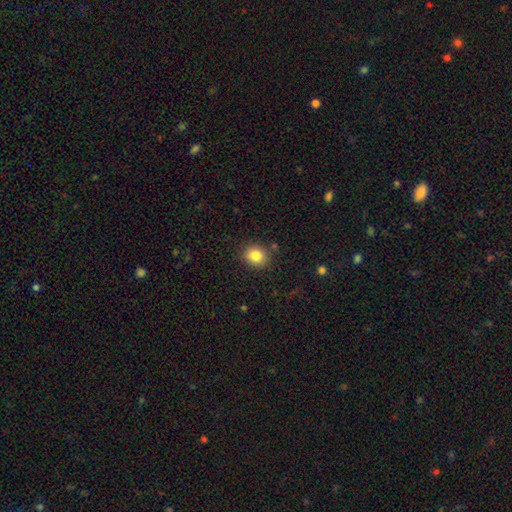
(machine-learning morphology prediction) smooth_or_featured: smooth (p=0.83) [alt: star or artifact p=0.10]
how_rounded: round (p=0.68) [alt: in between p=0.31]
merging: none (p=0.85) [alt: minor disturbance p=0.10]